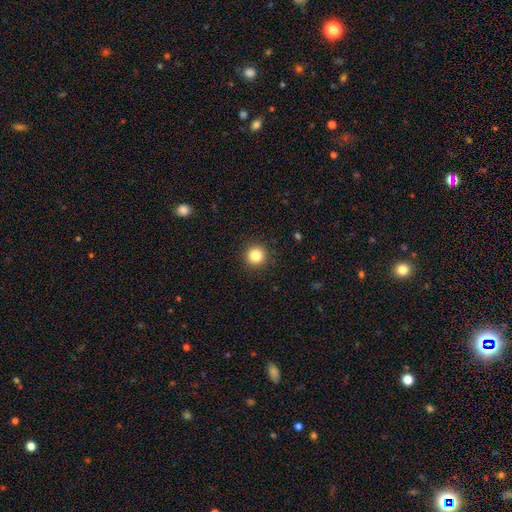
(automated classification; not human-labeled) Smooth or featured: smooth — 84% (star or artifact — 11%)
How rounded: round — 95% (in between — 4%)
Merging: none — 92% (minor disturbance — 5%)